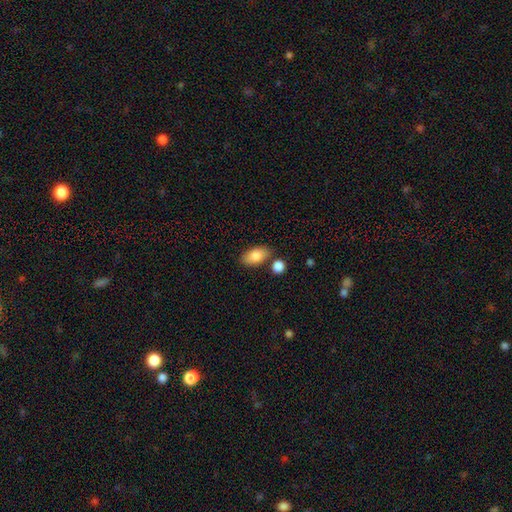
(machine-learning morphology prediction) Smooth or featured?
  - smooth: 84% *
  - featured or disk: 9%
  - star or artifact: 7%
How rounded?
  - in between: 92% *
  - round: 5%
  - cigar-shaped: 3%
Merging?
  - none: 77% *
  - minor disturbance: 11%
  - merger: 10%
  - major disturbance: 3%